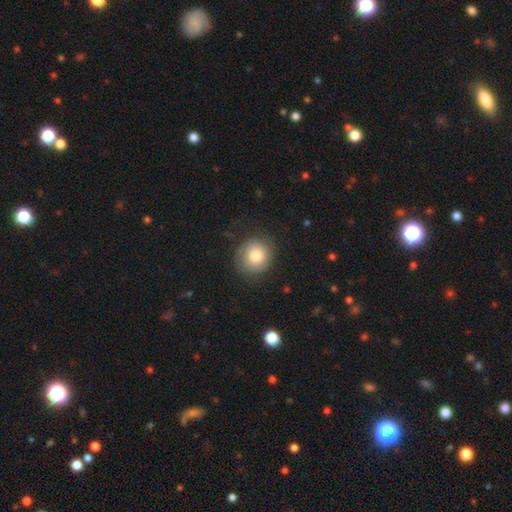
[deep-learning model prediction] A smooth galaxy with no disk features (76%) that is round (83%). Merging: none (78%).